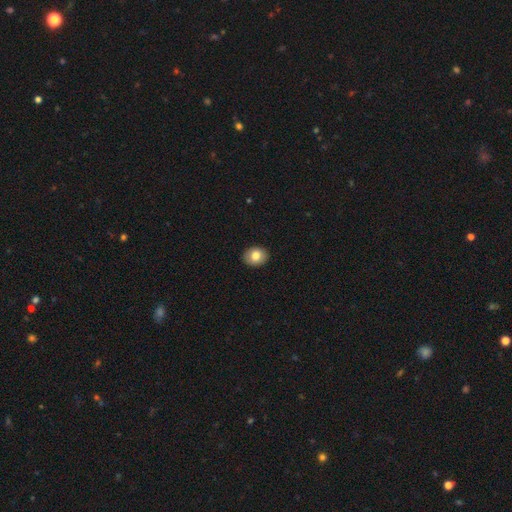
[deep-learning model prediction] Smooth or featured? Predicted: smooth (p=0.80). How rounded? Predicted: in between (p=0.50). Merging? Predicted: none (p=0.91).